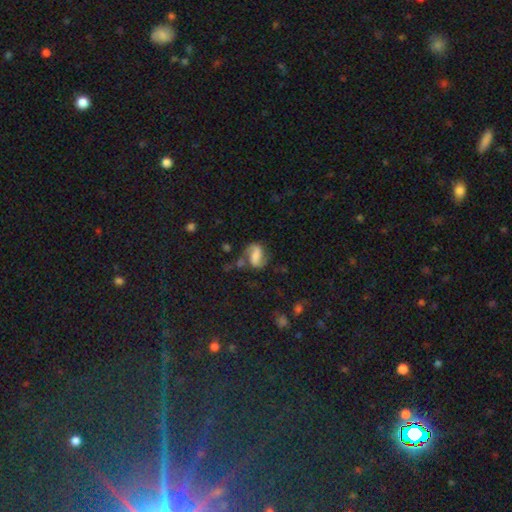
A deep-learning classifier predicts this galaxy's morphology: smooth-or-featured: featured or disk: 60% | smooth: 29% | star or artifact: 11%
  disk-edge-on: no: 96% | yes: 4%
    bar: strong: 41% | weak: 35% | no: 24%
    has-spiral-arms: yes: 88% | no: 12%
      spiral-winding: loose: 46% | medium: 39% | tight: 15%
      spiral-arm-count: 2: 87% | 1: 5% | can't tell: 5% | 3: 1% | 4: 1% | more than 4: 1%
    bulge-size: none: 38% | moderate: 20% | small: 19% | large: 18% | dominant: 5%
  merging: none: 55% | minor disturbance: 21% | major disturbance: 15% | merger: 8%